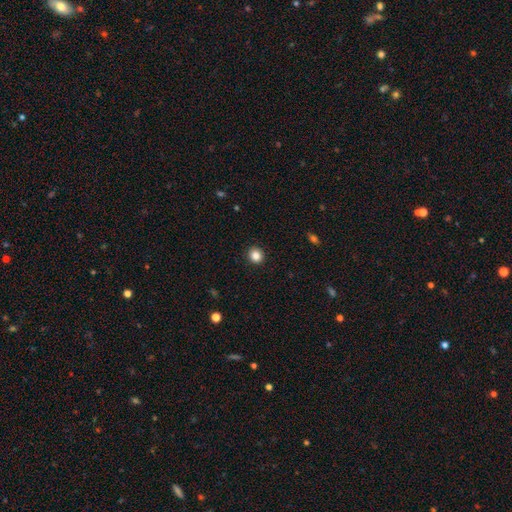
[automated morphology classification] This is clearly a smooth galaxy (85%). How rounded: clearly round (88%). Merging: clearly none (92%).